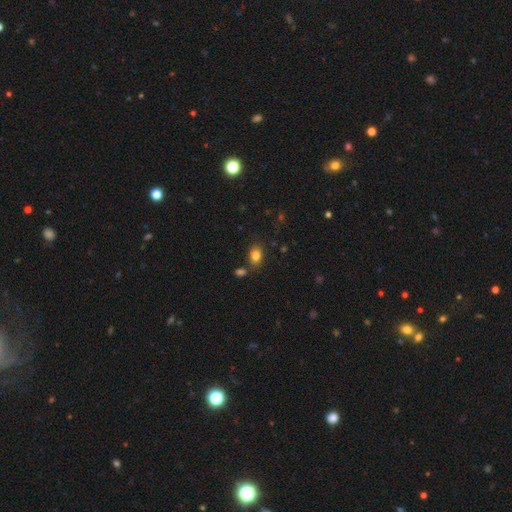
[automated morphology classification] The model was most divided on "how rounded": in between: 74%, round: 25%, cigar-shaped: 1%. More confident: smooth or featured — smooth (82%); merging — none (73%).